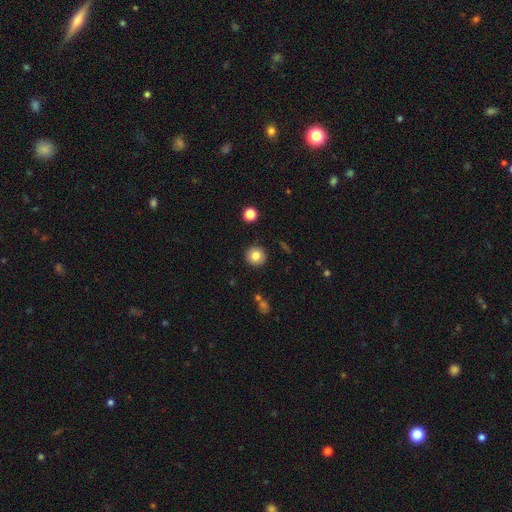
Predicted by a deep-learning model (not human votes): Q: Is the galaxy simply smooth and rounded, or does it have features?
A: smooth — 81%.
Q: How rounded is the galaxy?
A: round — 94%.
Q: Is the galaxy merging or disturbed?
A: none — 90%.